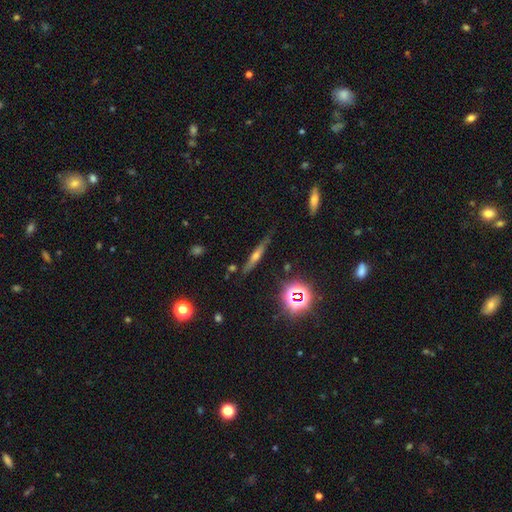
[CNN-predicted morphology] A featured or disk galaxy (49%).

Vote fractions:
- Smooth or featured? featured or disk: 49% / smooth: 32% / star or artifact: 19%
- Merging? none: 79% / minor disturbance: 15% / major disturbance: 3% / merger: 3%